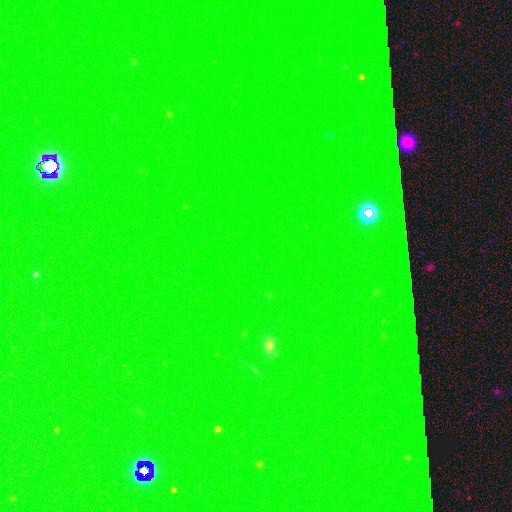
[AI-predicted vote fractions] smooth-or-featured: star or artifact: 81% | smooth: 10% | featured or disk: 10%